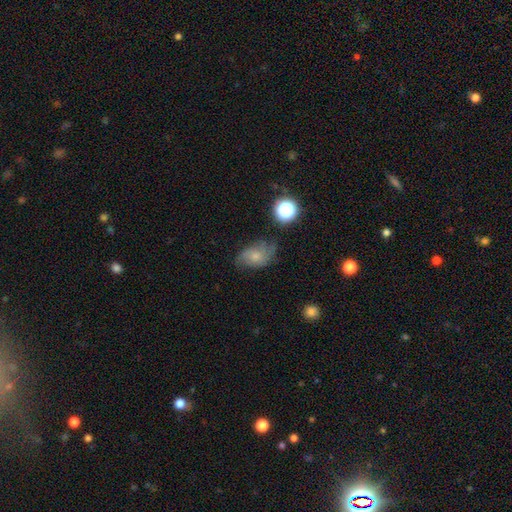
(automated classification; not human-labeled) Smooth or featured? smooth (48%)
Merging? none (54%)